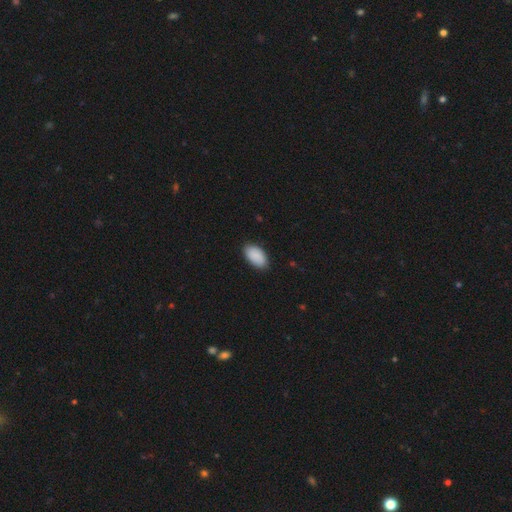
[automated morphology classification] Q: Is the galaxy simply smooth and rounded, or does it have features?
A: smooth — 90%.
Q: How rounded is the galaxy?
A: in between — 95%.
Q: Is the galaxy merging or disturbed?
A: none — 87%.